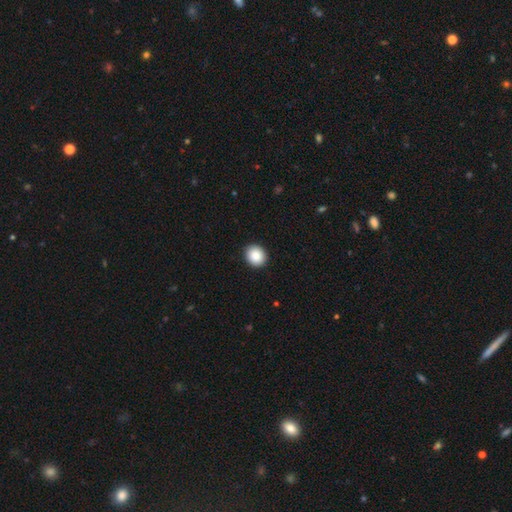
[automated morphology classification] type=smooth (88%); roundness=round (73%); merging=none (92%).